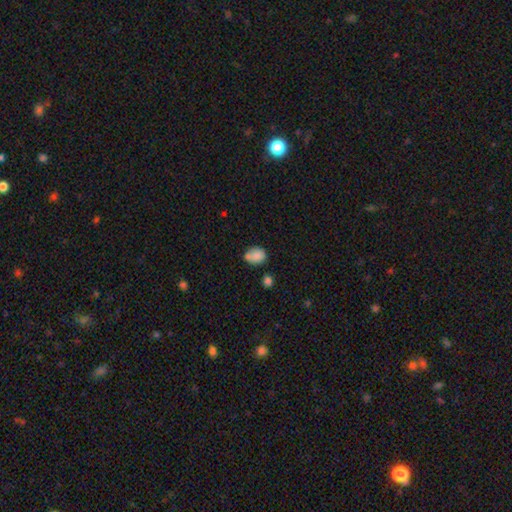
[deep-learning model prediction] smooth_or_featured: smooth (p=0.82) [alt: featured or disk p=0.09]
how_rounded: in between (p=0.50) [alt: round p=0.49]
merging: none (p=0.51) [alt: merger p=0.23]